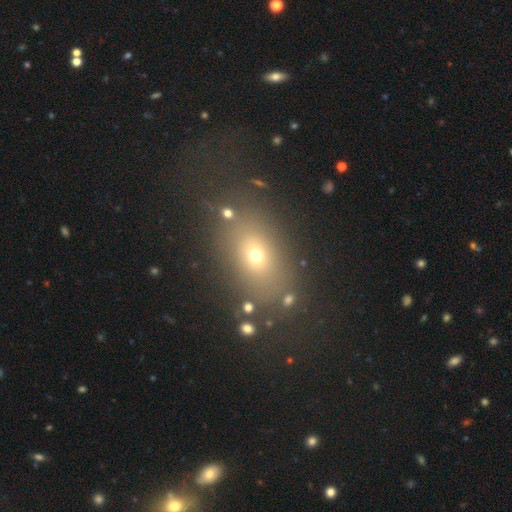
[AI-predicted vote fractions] smooth 61%, star or artifact 22%, featured or disk 16%. Down the decision tree: how rounded — in between (67%); merging — none (74%).